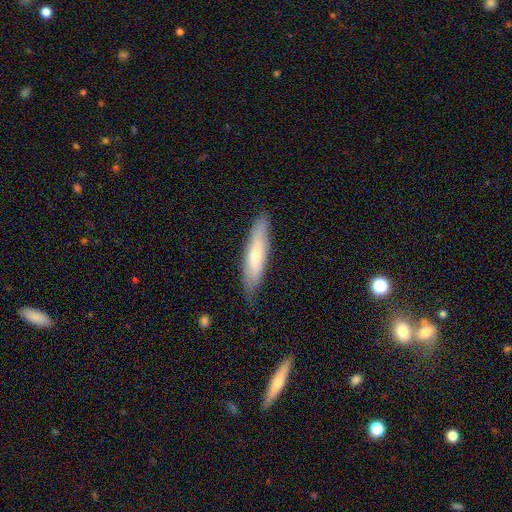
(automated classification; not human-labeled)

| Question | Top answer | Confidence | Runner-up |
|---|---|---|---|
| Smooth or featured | smooth | 66% | featured or disk (29%) |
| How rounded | cigar-shaped | 80% | in between (18%) |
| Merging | none | 81% | minor disturbance (15%) |